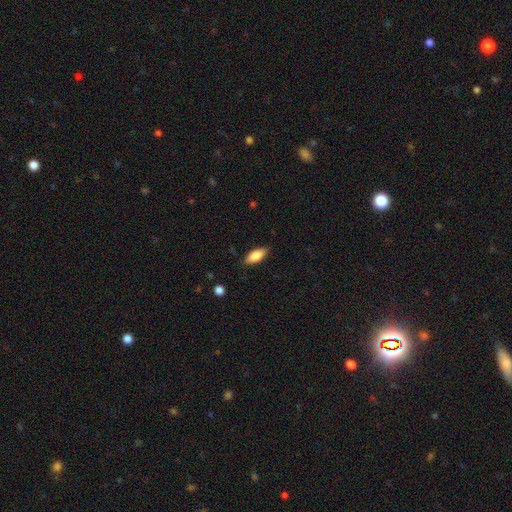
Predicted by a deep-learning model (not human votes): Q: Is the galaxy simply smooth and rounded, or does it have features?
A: smooth — 83%.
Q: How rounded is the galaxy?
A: in between — 81%.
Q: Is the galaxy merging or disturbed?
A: none — 85%.